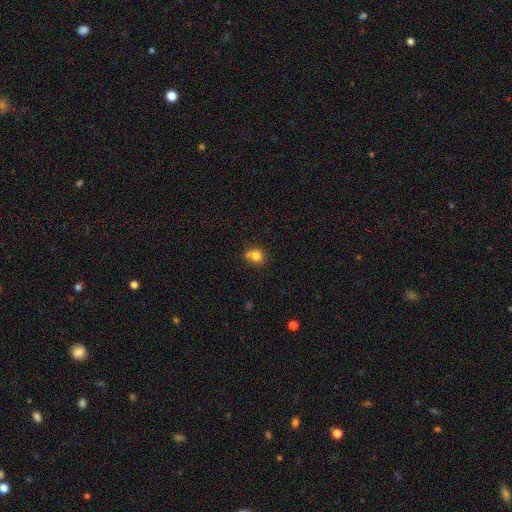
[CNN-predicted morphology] A smooth galaxy with no disk features (79%) that is round (68%). Merging: none (53%).